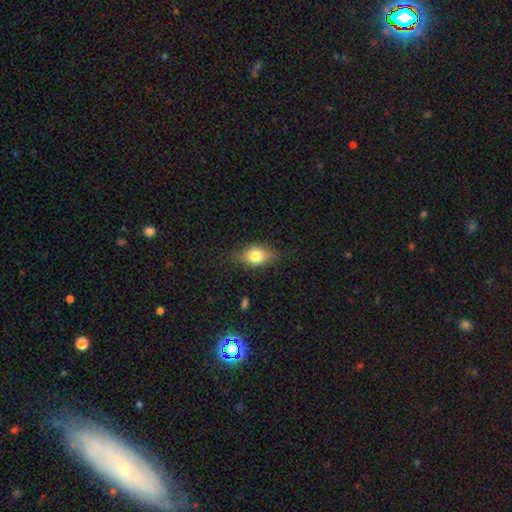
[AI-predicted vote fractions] Smooth or featured? smooth (70%)
How rounded? in between (70%)
Merging? none (76%)